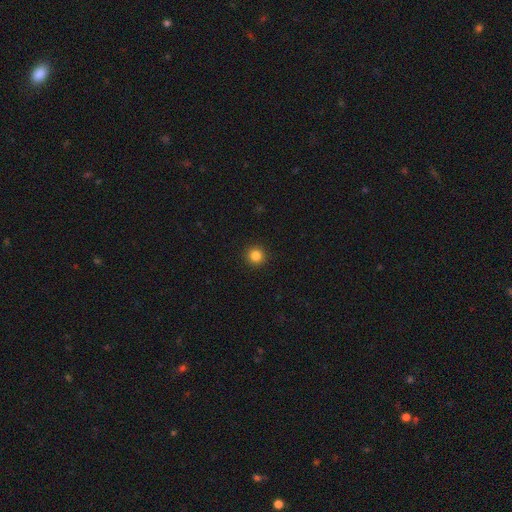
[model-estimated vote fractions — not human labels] This is clearly a smooth galaxy (85%). How rounded: clearly round (95%). Merging: clearly none (93%).